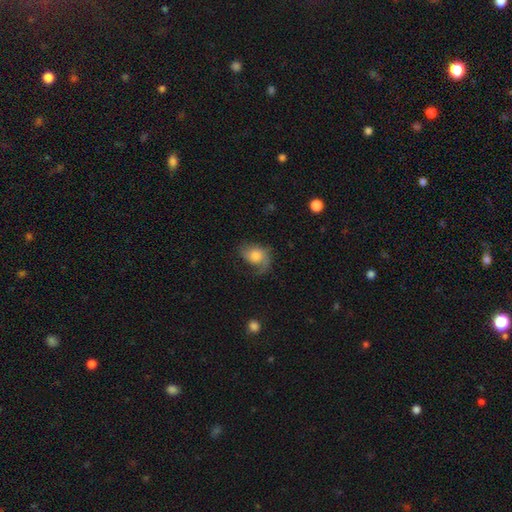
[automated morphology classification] smooth_or_featured: smooth (p=0.46) [tied with: featured or disk p=0.46]
merging: none (p=0.46) [alt: minor disturbance p=0.27]